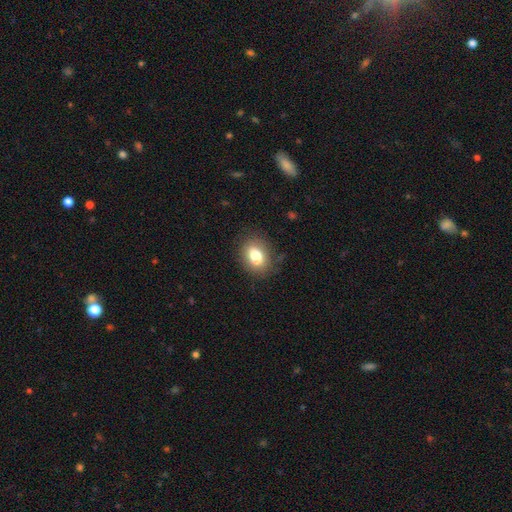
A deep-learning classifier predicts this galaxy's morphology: Smooth or featured? smooth (77%)
How rounded? in between (66%)
Merging? none (81%)